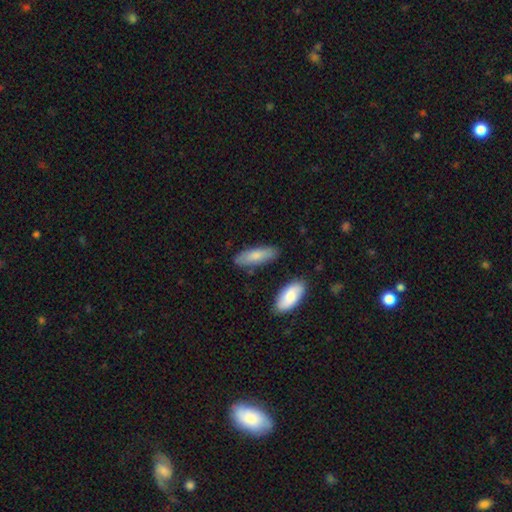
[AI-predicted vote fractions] This is likely a smooth galaxy (78%). How rounded: possibly in between (59%). Merging: clearly none (80%).